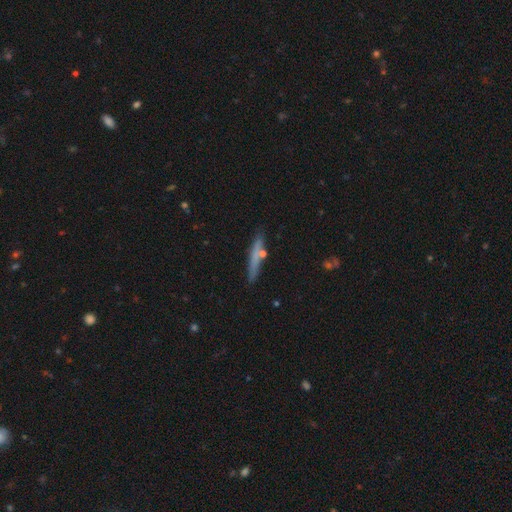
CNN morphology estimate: smooth_or_featured: smooth (p=0.56) [alt: featured or disk p=0.36]
how_rounded: cigar-shaped (p=0.92) [alt: in between p=0.06]
merging: none (p=0.81) [alt: minor disturbance p=0.12]